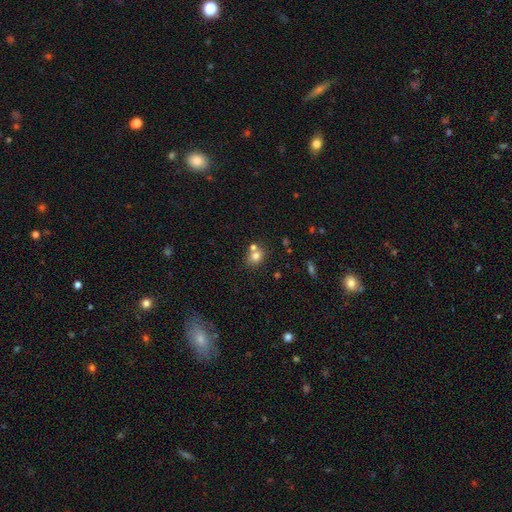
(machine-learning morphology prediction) This is likely a smooth galaxy (75%). How rounded: likely round (61%). Merging: possibly none (56%).